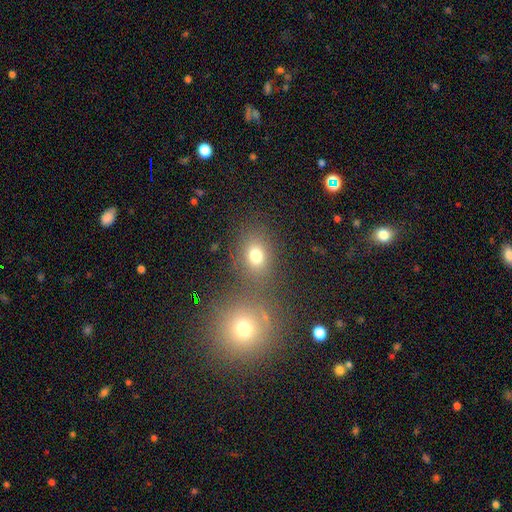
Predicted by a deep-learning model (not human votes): Morphology: type=smooth (73%); roundness=in between (52%); merging=none (63%).